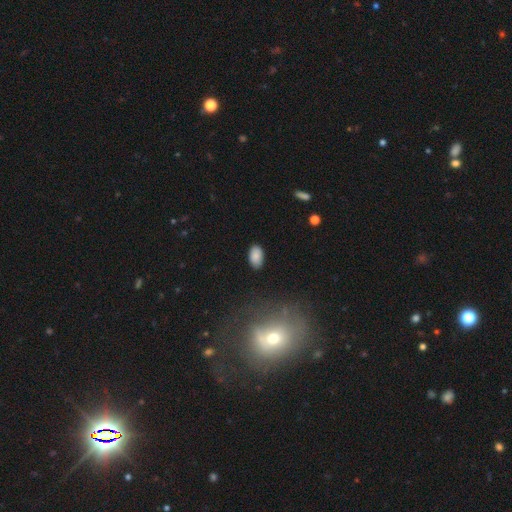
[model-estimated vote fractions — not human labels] Q: Smooth or featured?
A: smooth (87%); runner-up: star or artifact (8%)
Q: How rounded?
A: in between (93%); runner-up: round (6%)
Q: Merging?
A: none (86%); runner-up: minor disturbance (11%)